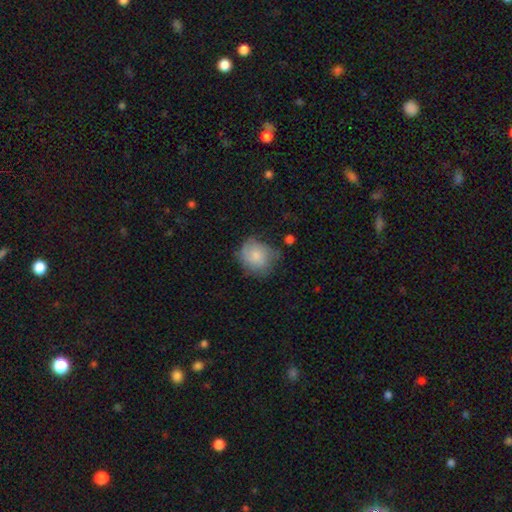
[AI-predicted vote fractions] This appears to be a smooth galaxy with no disk features (76%) that is round (70%). Merging: none (52%).